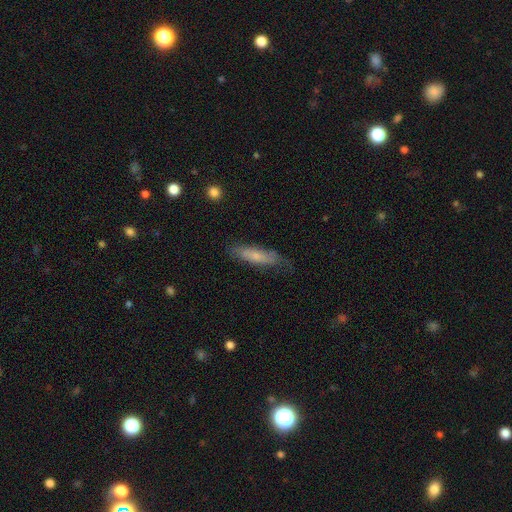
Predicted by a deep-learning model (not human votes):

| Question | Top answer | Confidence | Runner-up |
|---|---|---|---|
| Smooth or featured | smooth | 64% | featured or disk (30%) |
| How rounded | cigar-shaped | 69% | in between (29%) |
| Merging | none | 67% | minor disturbance (24%) |